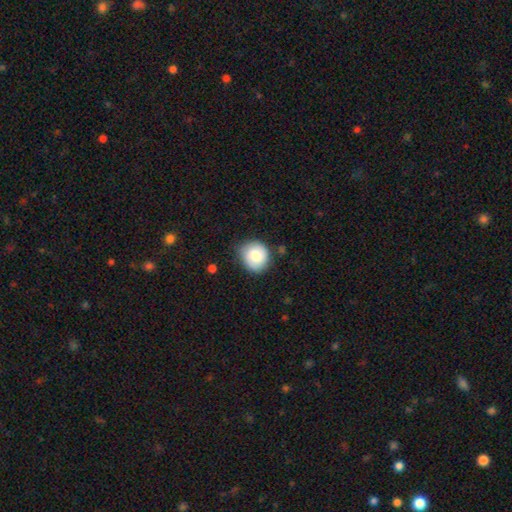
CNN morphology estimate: type=smooth (80%); roundness=round (81%); merging=none (76%).